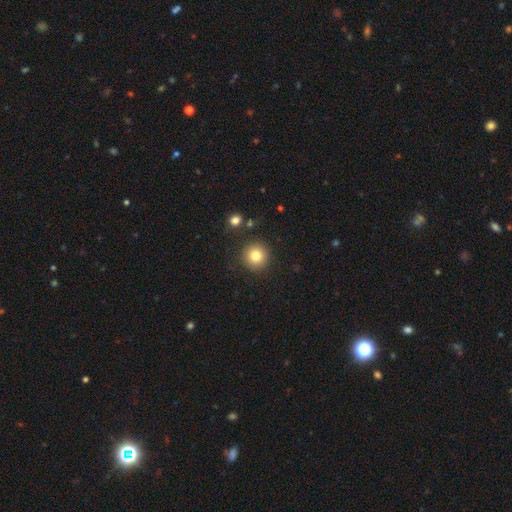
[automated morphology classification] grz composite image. It shows a smooth galaxy with no disk features (81%) that is round (95%). Merging: none (88%).